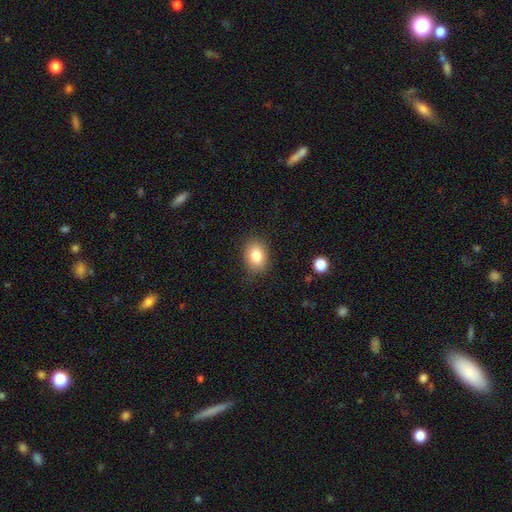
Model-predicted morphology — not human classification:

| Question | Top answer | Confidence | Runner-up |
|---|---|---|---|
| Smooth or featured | smooth | 81% | star or artifact (9%) |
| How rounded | in between | 70% | round (29%) |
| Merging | none | 83% | minor disturbance (13%) |